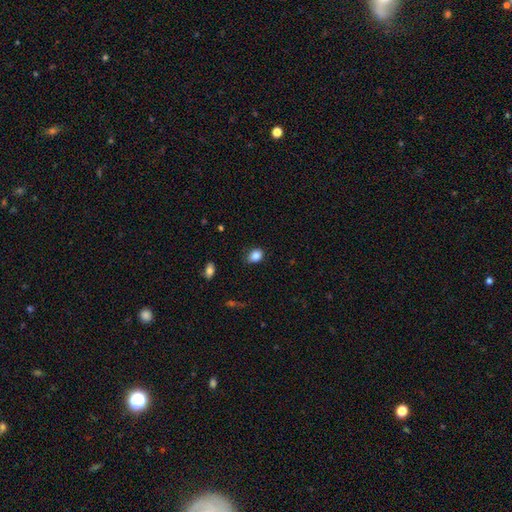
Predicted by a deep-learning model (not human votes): Overall: smooth (86%). How rounded: in between (68%; round 31%). Merging: none (75%).